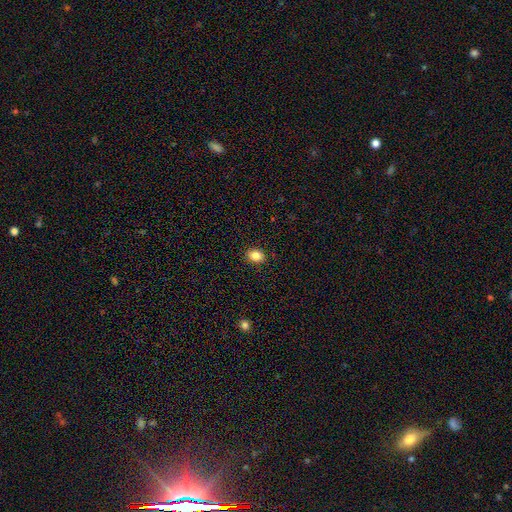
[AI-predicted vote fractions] This is clearly a smooth galaxy (85%). How rounded: likely in between (67%). Merging: clearly none (89%).